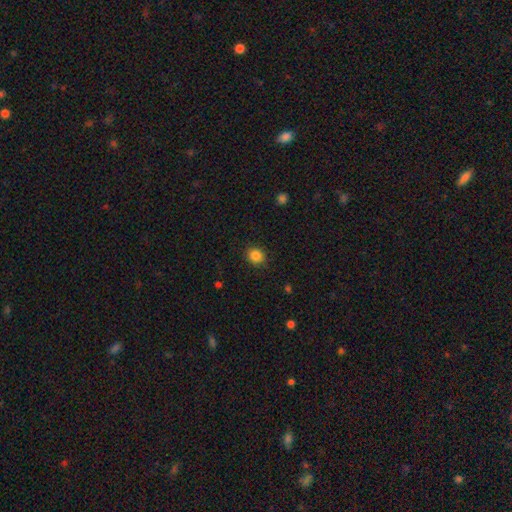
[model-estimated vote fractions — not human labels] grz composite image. It shows a smooth galaxy with no disk features (86%) that is round (82%). Merging: none (89%).